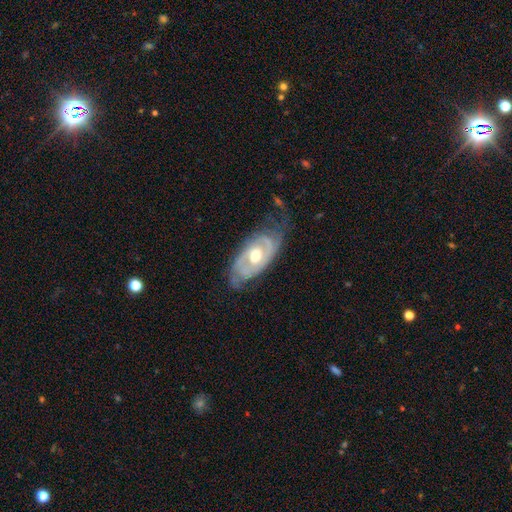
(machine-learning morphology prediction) A featured or disk galaxy (81%) with no bar (69%), 2 (58%) tight (56%) spiral arms (87%) and a moderate central bulge (76%).

Vote fractions:
- Smooth or featured? featured or disk: 81% / smooth: 14% / star or artifact: 5%
- Edge-on disk? no: 93% / yes: 7%
- Bar? no: 69% / weak: 24% / strong: 6%
- Spiral arms? yes: 87% / no: 13%
- Spiral winding? tight: 56% / medium: 32% / loose: 12%
- Spiral arm count? 2: 58% / can't tell: 25% / 3: 7% / 1: 5% / 4: 2% / more than 4: 2%
- Bulge size? moderate: 76% / small: 15% / large: 7% / dominant: 1% / none: 1%
- Merging? none: 61% / minor disturbance: 26% / major disturbance: 12% / merger: 2%